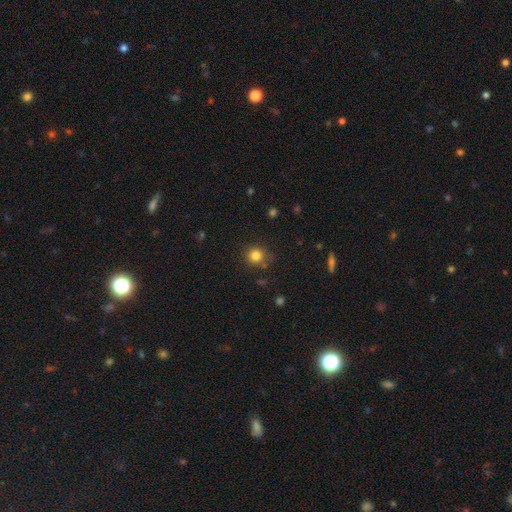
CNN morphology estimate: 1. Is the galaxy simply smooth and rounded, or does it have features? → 82% smooth, 12% star or artifact, 5% featured or disk.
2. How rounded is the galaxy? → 87% round, 12% in between, 1% cigar-shaped.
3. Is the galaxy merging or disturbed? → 78% none, 15% minor disturbance, 4% major disturbance, 3% merger.